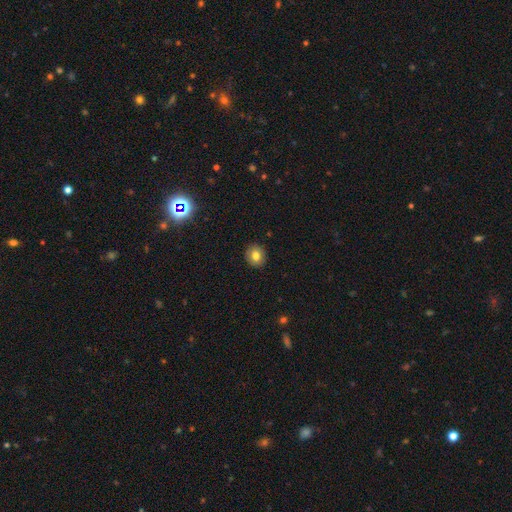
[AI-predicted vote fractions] smooth_or_featured: smooth (p=0.79) [alt: featured or disk p=0.11]
how_rounded: round (p=0.80) [alt: in between p=0.19]
merging: none (p=0.91) [alt: minor disturbance p=0.06]